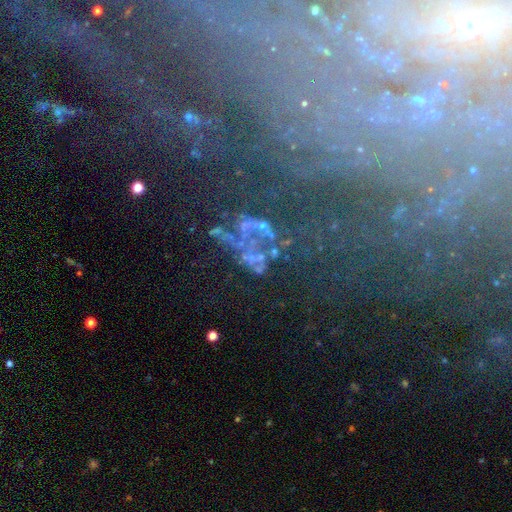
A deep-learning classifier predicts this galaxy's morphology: type=featured or disk (44%); merging=none (38%).